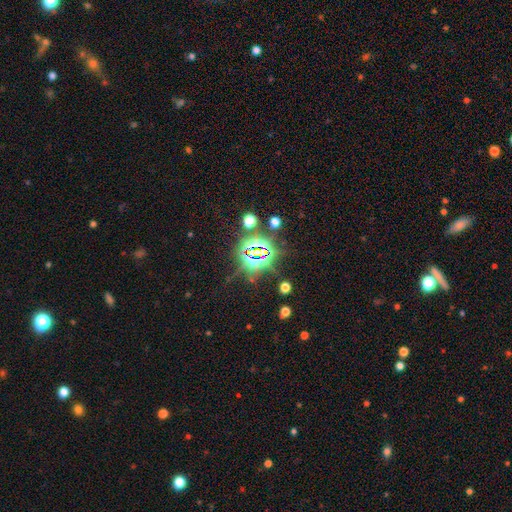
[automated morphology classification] Overall: star or artifact (79%).